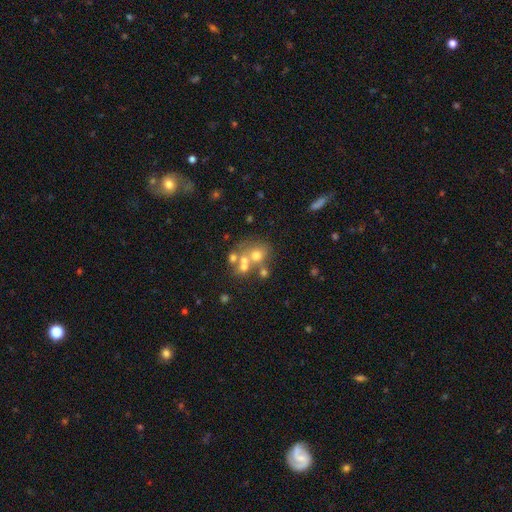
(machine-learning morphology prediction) smooth-or-featured: smooth: 47% | featured or disk: 28% | star or artifact: 26%
  merging: merger: 43% | none: 42% | minor disturbance: 9% | major disturbance: 6%